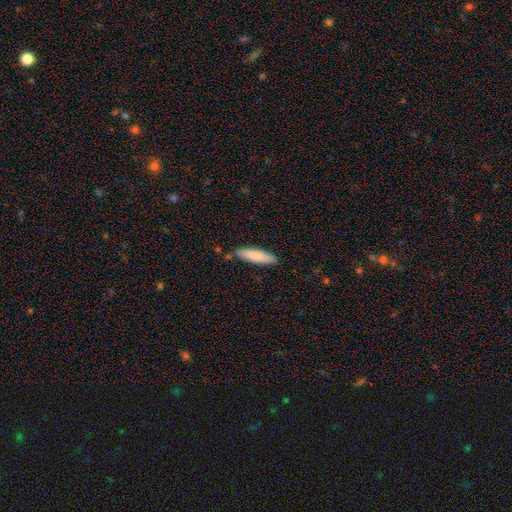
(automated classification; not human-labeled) Smooth or featured? Predicted: smooth (p=0.83). How rounded? Predicted: cigar-shaped (p=0.71). Merging? Predicted: none (p=0.84).